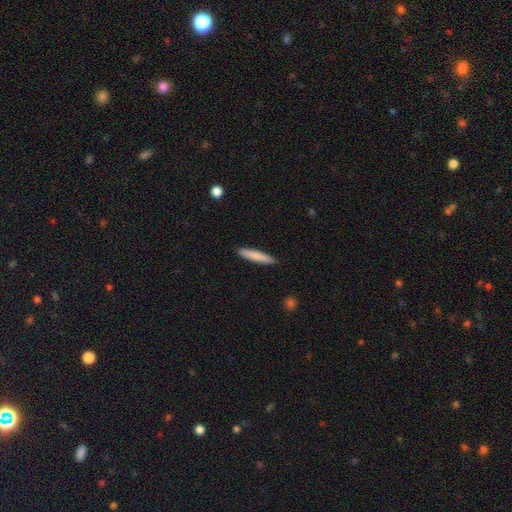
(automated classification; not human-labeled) This is likely a smooth galaxy (80%). How rounded: clearly cigar-shaped (93%). Merging: clearly none (90%).